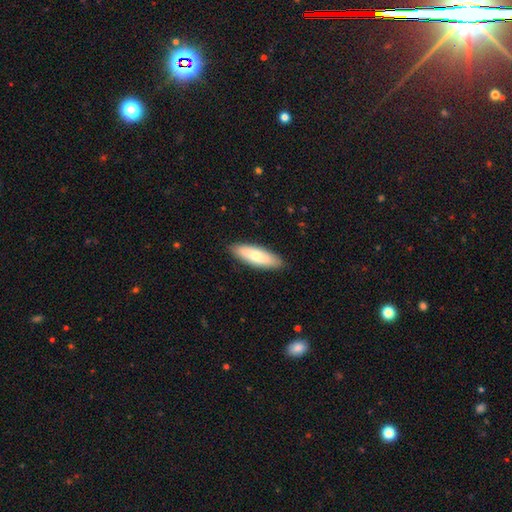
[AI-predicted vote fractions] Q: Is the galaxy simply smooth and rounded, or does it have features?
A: smooth — 72%.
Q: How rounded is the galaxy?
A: in between — 53%.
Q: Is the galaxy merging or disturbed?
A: none — 88%.